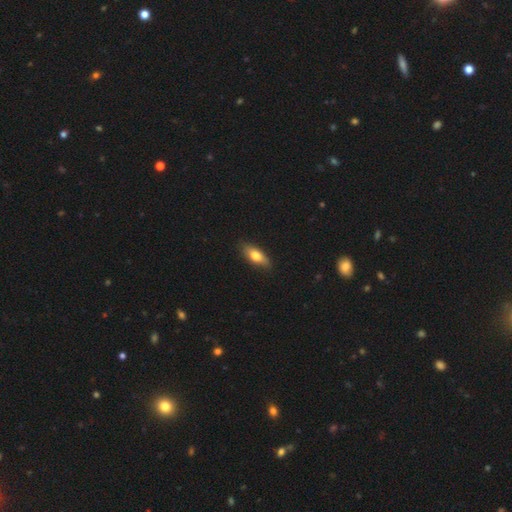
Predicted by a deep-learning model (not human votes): smooth_or_featured: smooth (p=0.71) [alt: featured or disk p=0.23]
how_rounded: in between (p=0.77) [alt: cigar-shaped p=0.19]
merging: none (p=0.83) [alt: minor disturbance p=0.14]